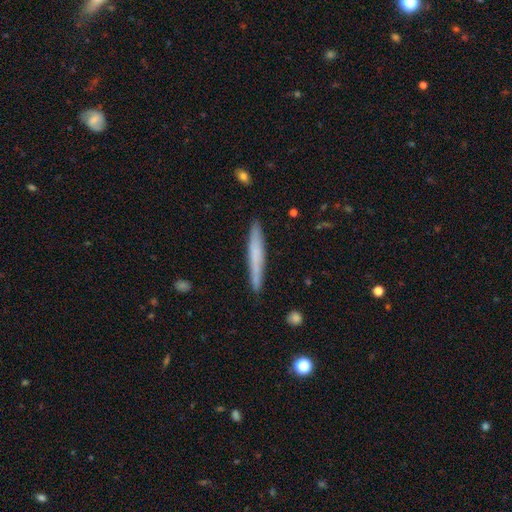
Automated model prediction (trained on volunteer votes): The model was most divided on "smooth or featured": smooth: 61%, featured or disk: 33%, star or artifact: 6%. More confident: how rounded — cigar-shaped (96%); merging — none (89%).